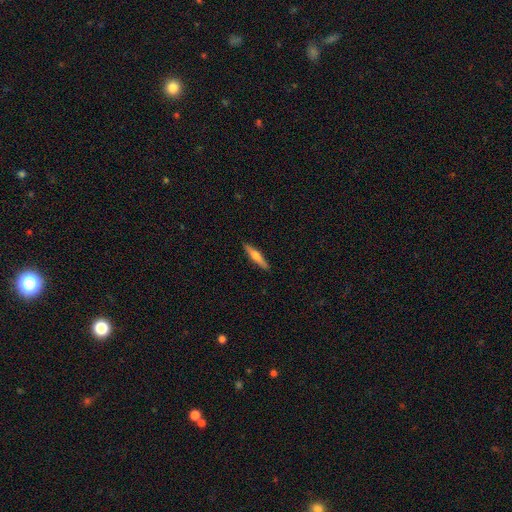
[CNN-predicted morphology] A smooth galaxy with no disk features (48%). Merging: none (90%).